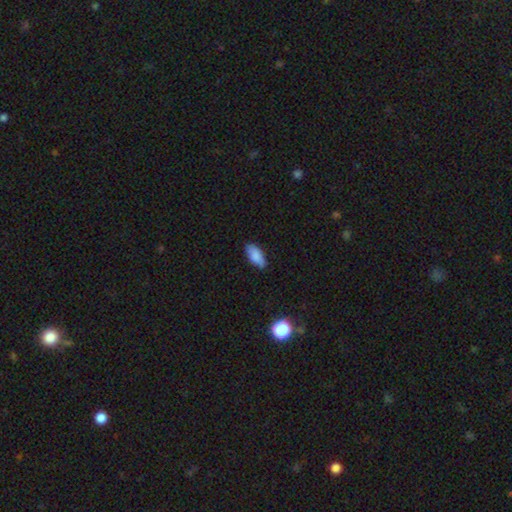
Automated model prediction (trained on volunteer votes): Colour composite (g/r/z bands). It shows a smooth galaxy with no disk features (85%) that is in between round and cigar-shaped (87%). Merging: none (78%).